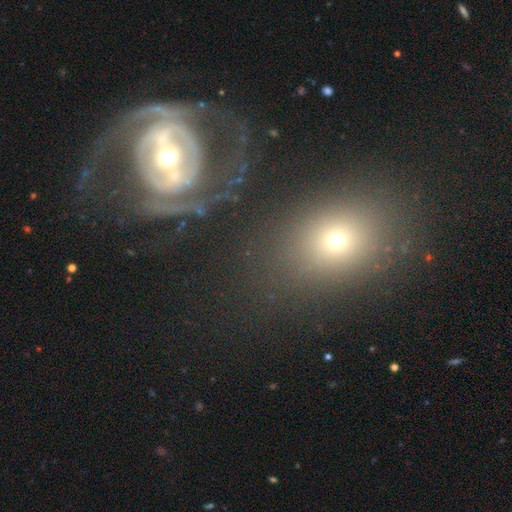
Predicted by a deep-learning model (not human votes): Q: Smooth or featured?
A: featured or disk (54%); runner-up: smooth (28%)
Q: Edge-on disk?
A: no (92%); runner-up: yes (8%)
Q: Merging?
A: none (66%); runner-up: minor disturbance (13%)